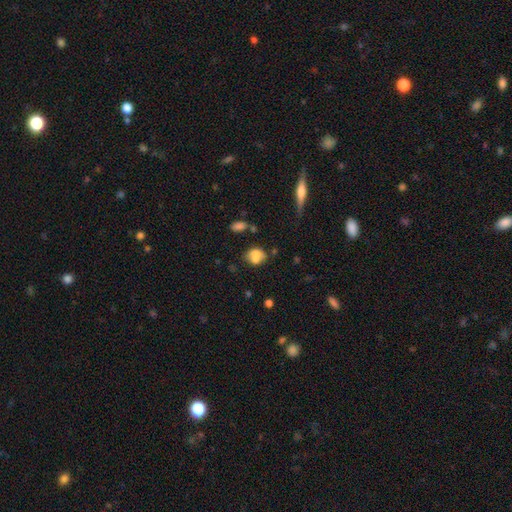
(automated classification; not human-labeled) Smooth or featured? smooth (70%)
How rounded? in between (55%)
Merging? none (44%)